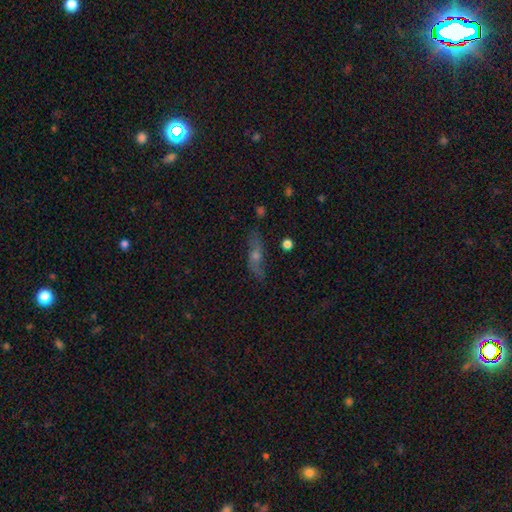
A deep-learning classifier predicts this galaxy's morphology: A featured or disk galaxy (54%). Merging: none (76%).